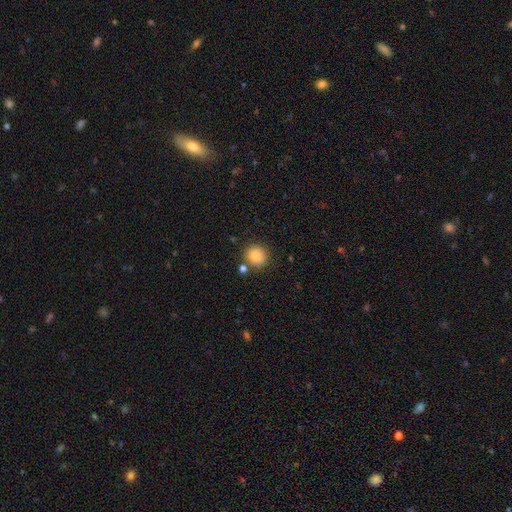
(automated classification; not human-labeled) Smooth or featured? Predicted: smooth (p=0.86). How rounded? Predicted: round (p=0.86). Merging? Predicted: none (p=0.79).